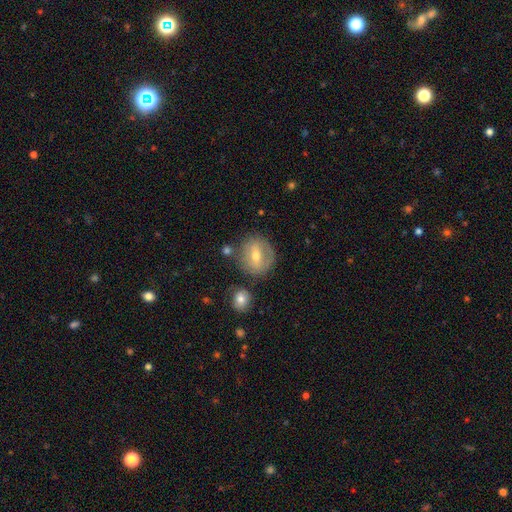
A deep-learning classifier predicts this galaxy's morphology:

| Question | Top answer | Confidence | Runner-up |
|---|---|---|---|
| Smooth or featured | smooth | 50% | featured or disk (42%) |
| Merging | none | 71% | minor disturbance (16%) |